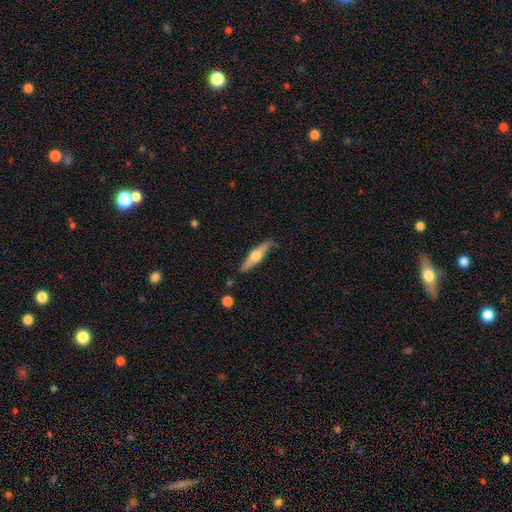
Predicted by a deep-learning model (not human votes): Q: Smooth or featured?
A: featured or disk (57%); runner-up: smooth (38%)
Q: Edge-on disk?
A: yes (94%); runner-up: no (6%)
Q: Edge-on bulge?
A: rounded (93%); runner-up: boxy (4%)
Q: Merging?
A: none (82%); runner-up: minor disturbance (13%)